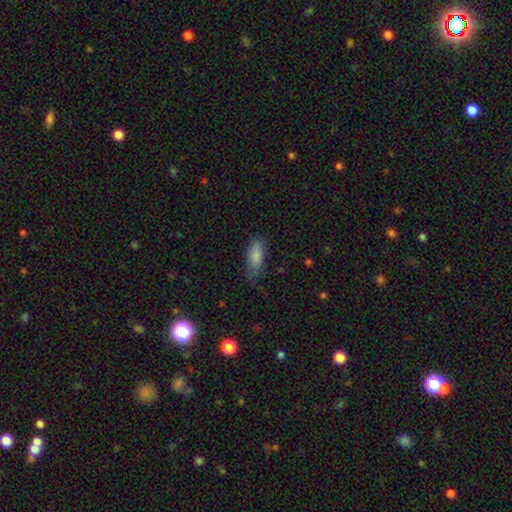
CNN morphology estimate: type=smooth (85%); roundness=in between (79%); merging=none (61%).